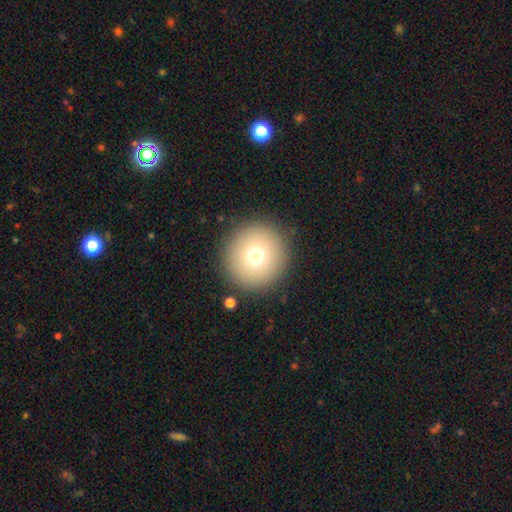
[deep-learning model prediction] smooth-or-featured: smooth: 73% | star or artifact: 14% | featured or disk: 13%
  how-rounded: round: 96% | in between: 3% | cigar-shaped: 1%
  merging: none: 90% | minor disturbance: 5% | major disturbance: 3% | merger: 2%